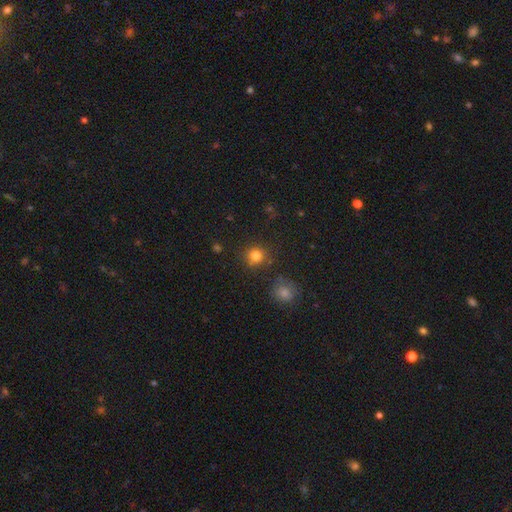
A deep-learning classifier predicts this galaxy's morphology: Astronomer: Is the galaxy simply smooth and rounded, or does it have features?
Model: smooth — 80%.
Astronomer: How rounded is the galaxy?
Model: round — 91%.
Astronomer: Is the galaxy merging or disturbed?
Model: none — 81%.